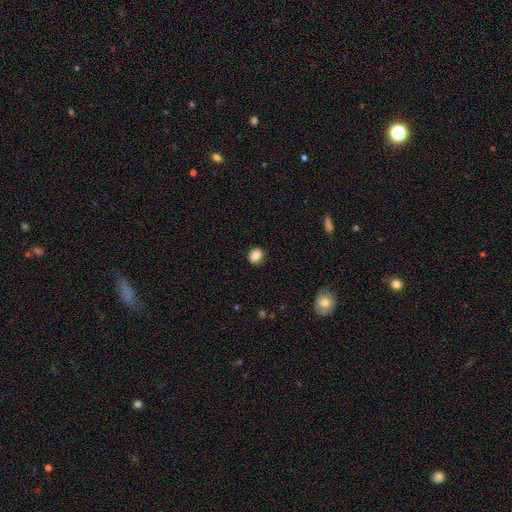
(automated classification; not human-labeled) smooth 86%, star or artifact 9%, featured or disk 5%. Down the decision tree: how rounded — round (61%); merging — none (81%).